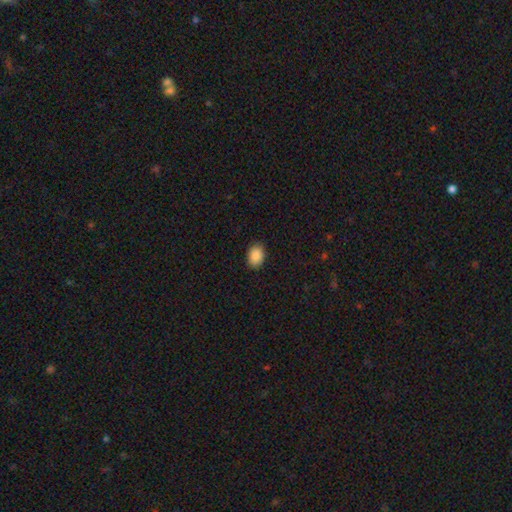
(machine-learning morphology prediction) This appears to be a smooth galaxy with no disk features (89%) that is in between round and cigar-shaped (76%). Merging: none (87%).